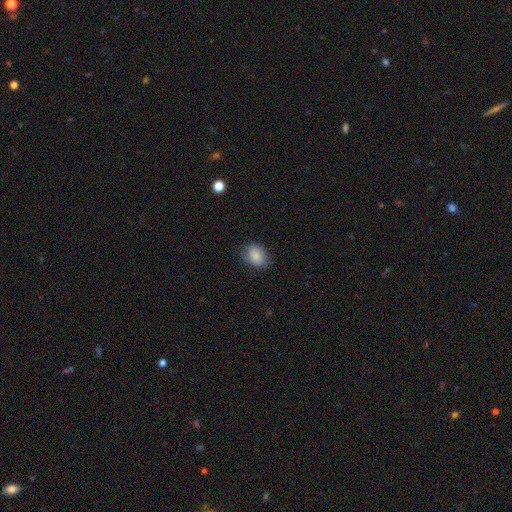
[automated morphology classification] Q: Smooth or featured?
A: smooth (85%); runner-up: star or artifact (8%)
Q: How rounded?
A: in between (66%); runner-up: round (33%)
Q: Merging?
A: none (75%); runner-up: minor disturbance (19%)